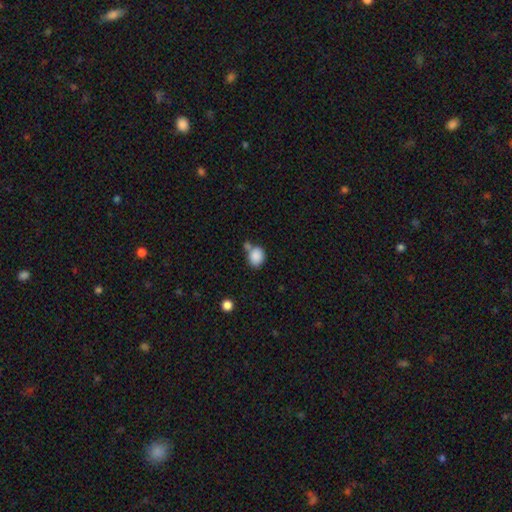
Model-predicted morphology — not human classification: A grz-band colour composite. It shows a smooth galaxy with no disk features (87%) that is in between round and cigar-shaped (51%). Merging: none (53%).